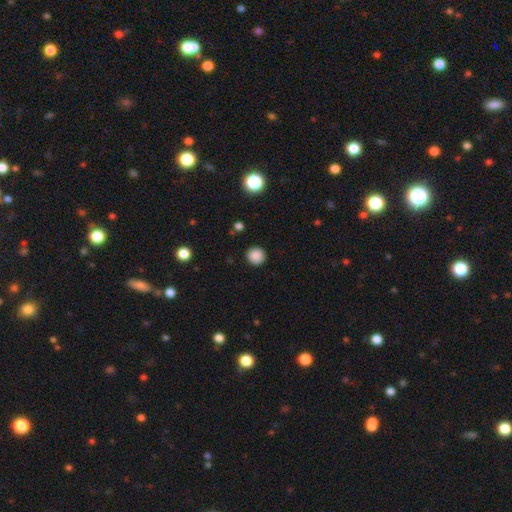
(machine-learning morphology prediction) Smooth or featured? Predicted: smooth (p=0.86). How rounded? Predicted: round (p=0.93). Merging? Predicted: none (p=0.91).